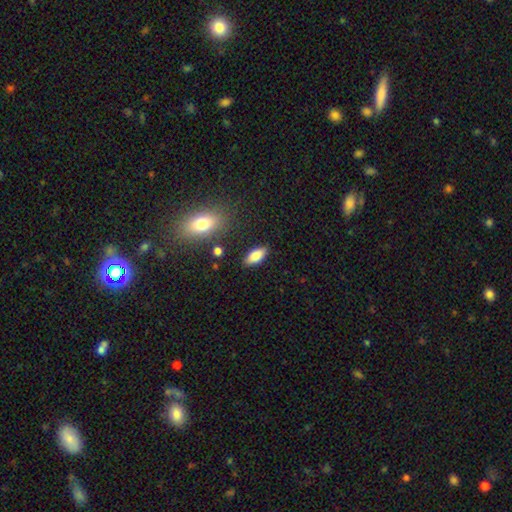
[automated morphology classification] smooth-or-featured: smooth: 83% | featured or disk: 10% | star or artifact: 7%
  how-rounded: in between: 84% | cigar-shaped: 13% | round: 3%
  merging: none: 85% | minor disturbance: 10% | major disturbance: 3% | merger: 2%